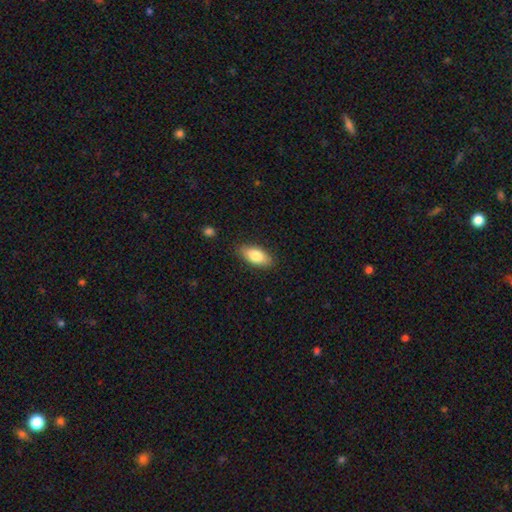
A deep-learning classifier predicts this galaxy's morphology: smooth-or-featured: smooth: 82% | featured or disk: 11% | star or artifact: 6%
  how-rounded: in between: 88% | cigar-shaped: 9% | round: 3%
  merging: none: 86% | minor disturbance: 10% | major disturbance: 2% | merger: 1%